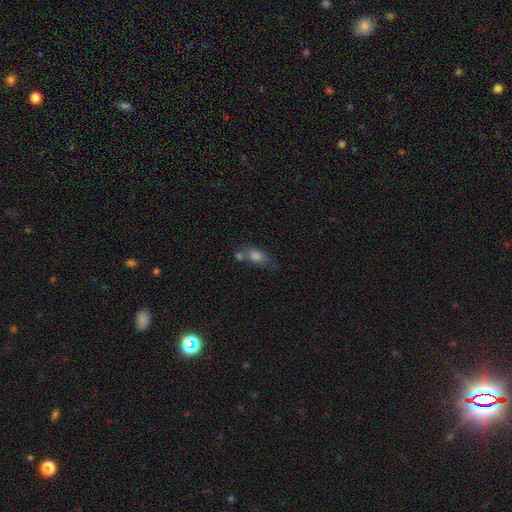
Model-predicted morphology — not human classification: smooth-or-featured: smooth: 75% | featured or disk: 14% | star or artifact: 11%
  how-rounded: in between: 76% | round: 16% | cigar-shaped: 8%
  merging: none: 40% | merger: 34% | minor disturbance: 18% | major disturbance: 8%